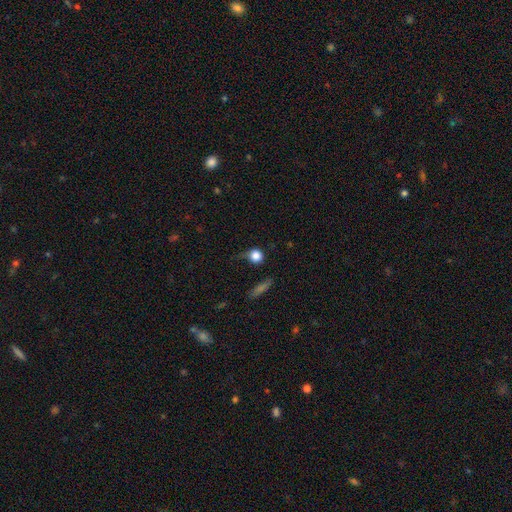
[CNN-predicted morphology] Smooth or featured? smooth (82%)
How rounded? round (84%)
Merging? none (49%)